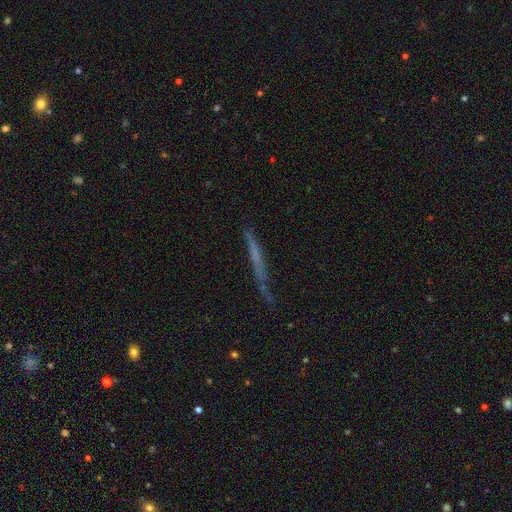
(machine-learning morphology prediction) featured or disk 45% (tied), smooth 45% (tied), star or artifact 9%. Down the decision tree: merging — none (66%).